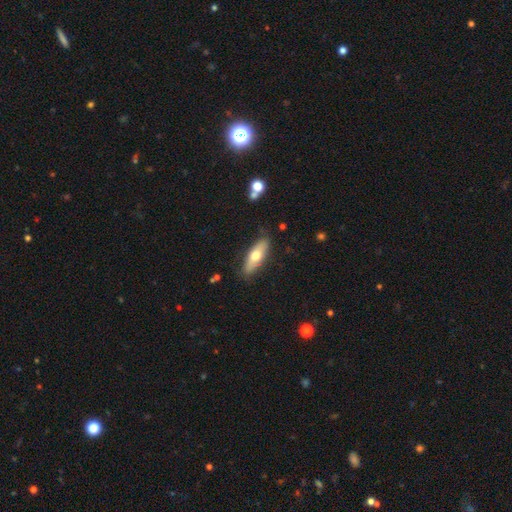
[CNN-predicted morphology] The model was most divided on "how rounded": in between: 60%, cigar-shaped: 37%, round: 3%. More confident: merging — none (84%); smooth or featured — smooth (60%).